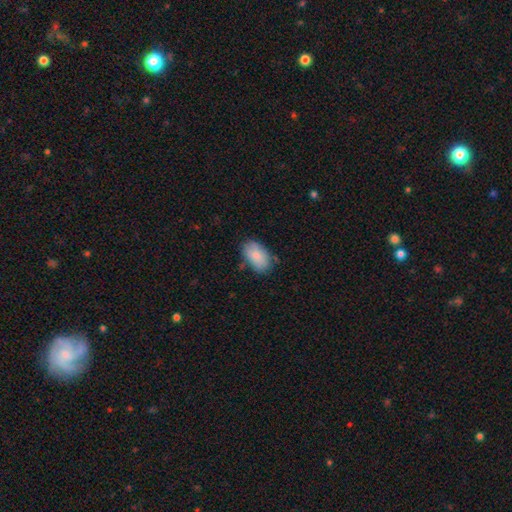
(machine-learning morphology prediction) type=smooth (84%); roundness=in between (93%); merging=none (74%).